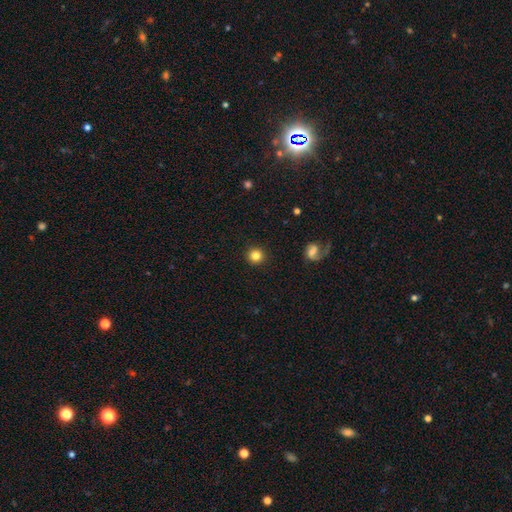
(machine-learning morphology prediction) Smooth or featured? smooth (83%)
How rounded? round (95%)
Merging? none (92%)